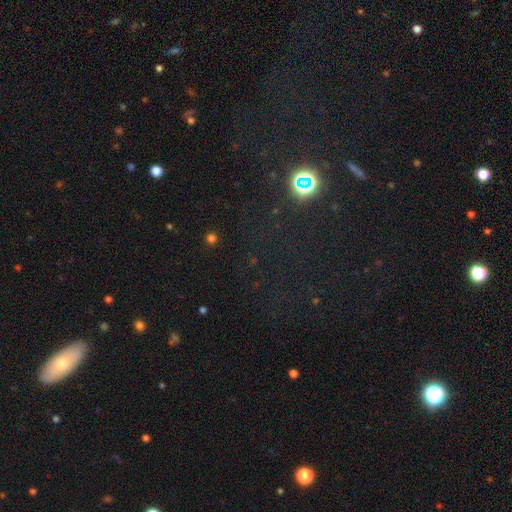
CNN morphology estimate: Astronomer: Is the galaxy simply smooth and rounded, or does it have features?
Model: star or artifact — 53% (runner-up: smooth, 31%).